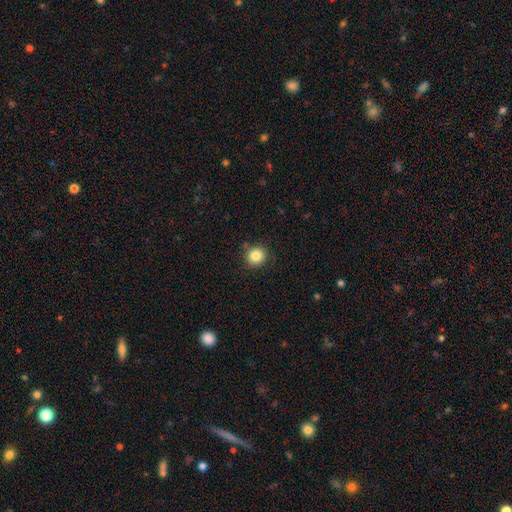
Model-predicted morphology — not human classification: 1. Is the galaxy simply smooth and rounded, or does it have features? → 85% smooth, 10% star or artifact, 5% featured or disk.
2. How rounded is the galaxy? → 89% round, 10% in between, 1% cigar-shaped.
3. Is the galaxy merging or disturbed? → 87% none, 9% minor disturbance, 2% major disturbance, 2% merger.